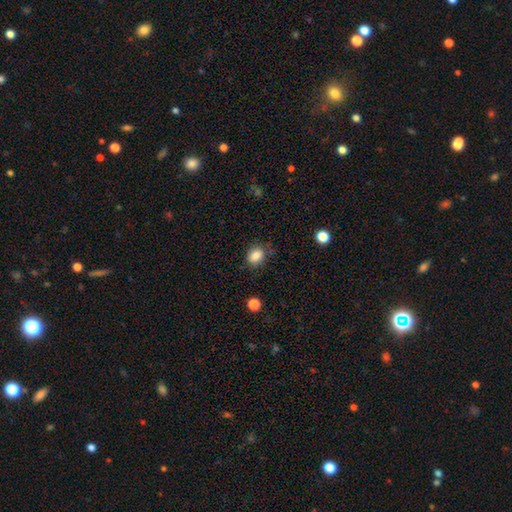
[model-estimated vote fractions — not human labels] Smooth or featured? smooth (85%)
How rounded? in between (50%)
Merging? none (77%)